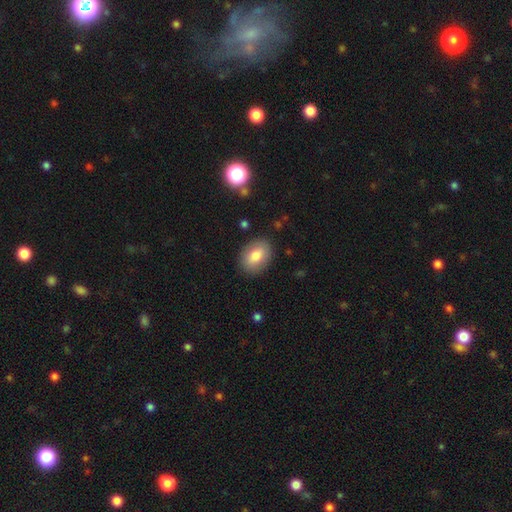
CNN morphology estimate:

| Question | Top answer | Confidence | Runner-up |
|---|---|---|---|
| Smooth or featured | smooth | 78% | featured or disk (15%) |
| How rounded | in between | 77% | round (22%) |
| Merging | none | 86% | minor disturbance (10%) |